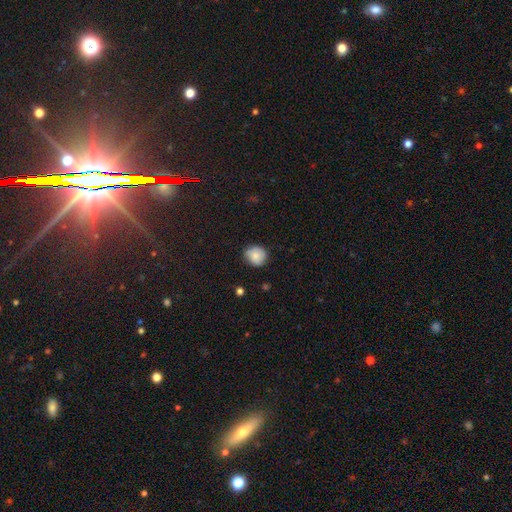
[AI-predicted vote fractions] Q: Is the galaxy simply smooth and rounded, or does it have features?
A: smooth — 80%.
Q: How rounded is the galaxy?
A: round — 83%.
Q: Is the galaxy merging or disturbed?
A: none — 75%.